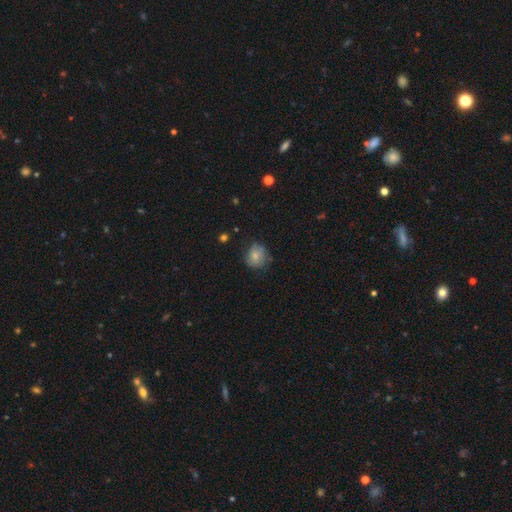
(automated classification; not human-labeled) smooth 74%, featured or disk 17%, star or artifact 9%. Down the decision tree: how rounded — round (78%); merging — none (64%).